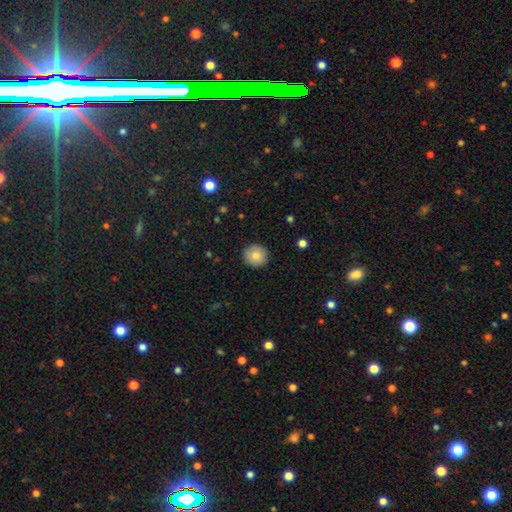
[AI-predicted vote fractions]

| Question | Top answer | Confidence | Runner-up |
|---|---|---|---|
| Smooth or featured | smooth | 82% | featured or disk (10%) |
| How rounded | round | 94% | in between (5%) |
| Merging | none | 89% | minor disturbance (8%) |